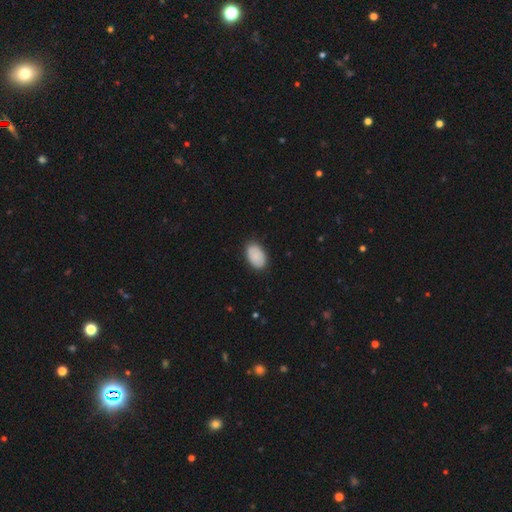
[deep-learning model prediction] Q: Smooth or featured?
A: smooth (89%); runner-up: star or artifact (6%)
Q: How rounded?
A: in between (93%); runner-up: round (6%)
Q: Merging?
A: none (86%); runner-up: minor disturbance (11%)